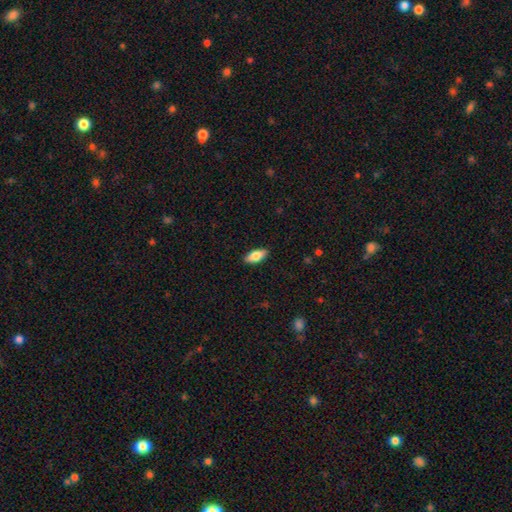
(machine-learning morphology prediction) A smooth galaxy with no disk features (78%) that is in between round and cigar-shaped (82%).

Vote fractions:
- Smooth or featured? smooth: 78% / featured or disk: 16% / star or artifact: 6%
- How rounded? in between: 82% / cigar-shaped: 16% / round: 2%
- Merging? none: 89% / minor disturbance: 8% / major disturbance: 2% / merger: 1%